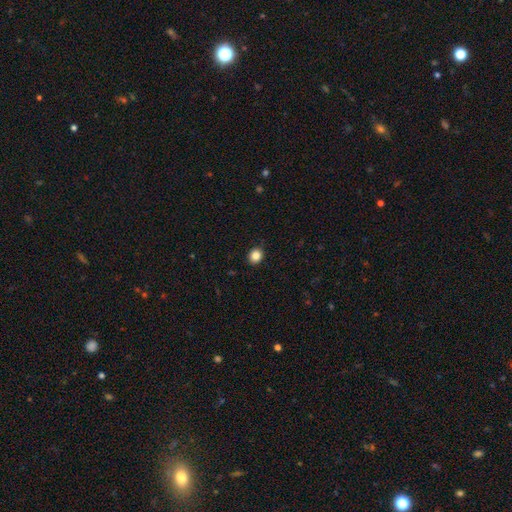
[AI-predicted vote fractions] This is clearly a smooth galaxy (86%). How rounded: likely round (70%). Merging: clearly none (89%).